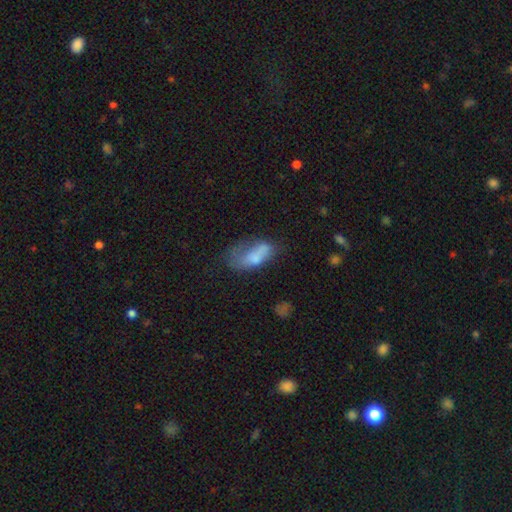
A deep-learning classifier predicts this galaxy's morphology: A smooth galaxy with no disk features (65%) that is in between round and cigar-shaped (85%).

Vote fractions:
- Smooth or featured? smooth: 65% / featured or disk: 26% / star or artifact: 9%
- How rounded? in between: 85% / cigar-shaped: 11% / round: 4%
- Merging? major disturbance: 36% / none: 27% / minor disturbance: 27% / merger: 10%